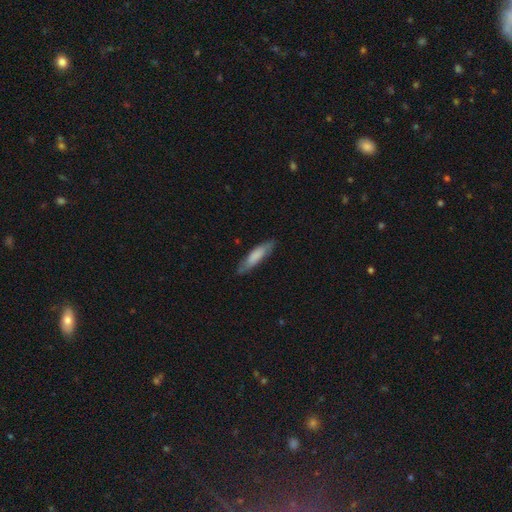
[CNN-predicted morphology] The model was most divided on "how rounded": cigar-shaped: 75%, in between: 24%, round: 1%. More confident: merging — none (79%); smooth or featured — smooth (75%).